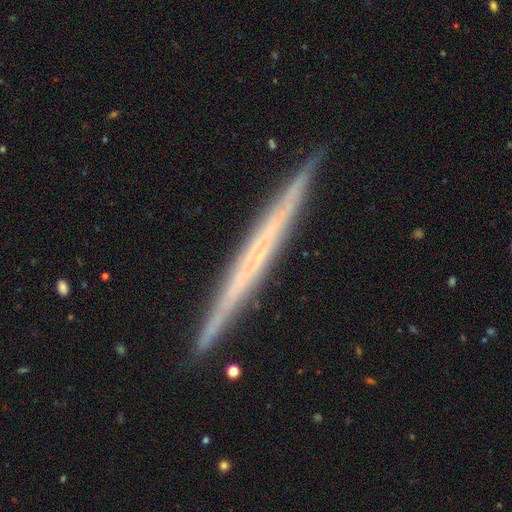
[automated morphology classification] Smooth or featured?
  - featured or disk: 69% *
  - smooth: 25%
  - star or artifact: 6%
Edge-on disk?
  - yes: 98% *
  - no: 2%
Edge-on bulge?
  - none: 86% *
  - rounded: 10%
  - boxy: 4%
Merging?
  - none: 92% *
  - minor disturbance: 6%
  - major disturbance: 1%
  - merger: 1%